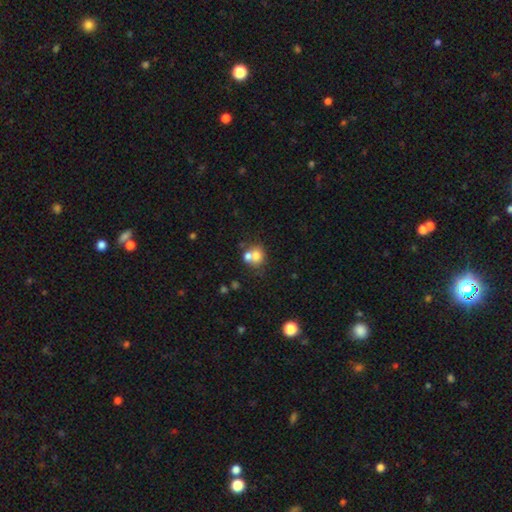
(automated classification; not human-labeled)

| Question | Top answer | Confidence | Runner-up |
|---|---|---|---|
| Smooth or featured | smooth | 70% | featured or disk (17%) |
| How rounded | round | 71% | in between (28%) |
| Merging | merger | 51% | none (37%) |